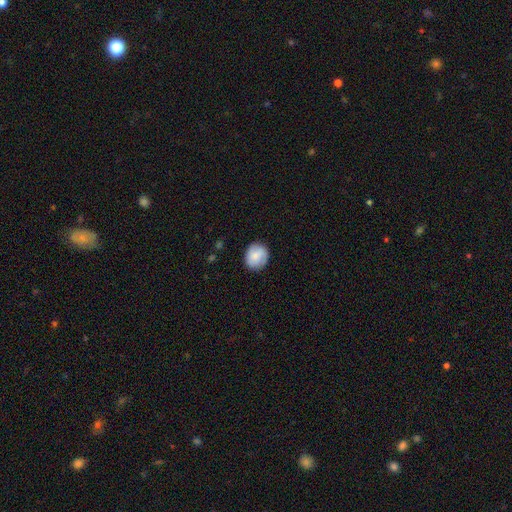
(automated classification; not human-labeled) This is likely a smooth galaxy (78%). How rounded: likely round (79%). Merging: clearly none (84%).